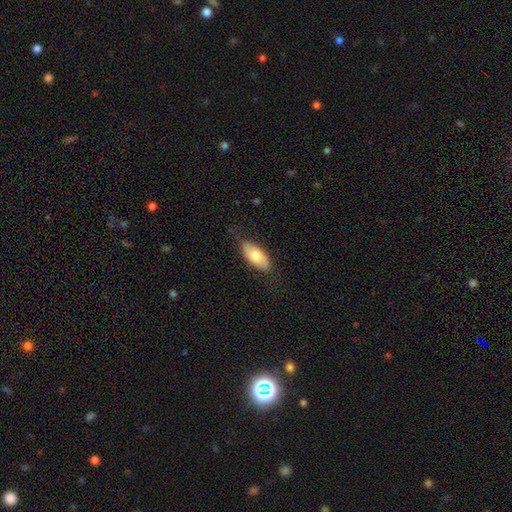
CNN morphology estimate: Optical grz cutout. It shows a smooth galaxy with no disk features (71%) that is in between round and cigar-shaped (89%). Merging: none (75%).